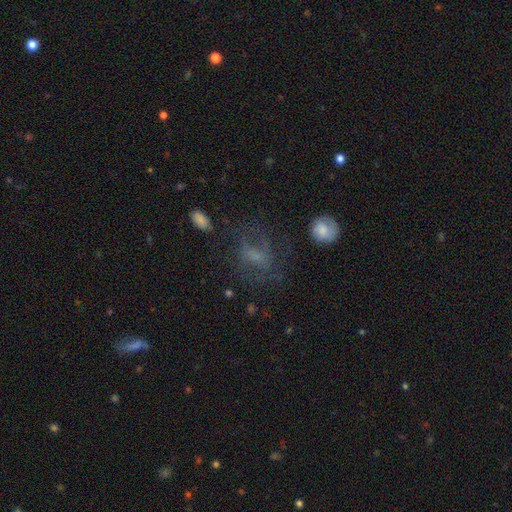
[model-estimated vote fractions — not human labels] Morphology: type=featured or disk (45%); merging=none (53%).